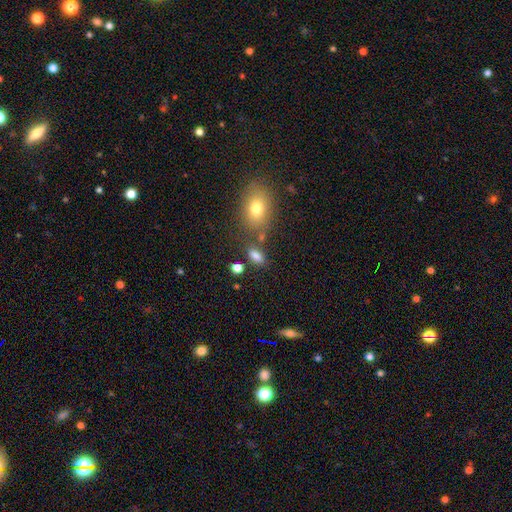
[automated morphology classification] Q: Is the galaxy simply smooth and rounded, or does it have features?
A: smooth — 80%.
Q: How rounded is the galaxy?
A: in between — 85%.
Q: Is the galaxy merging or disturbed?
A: none — 68%.